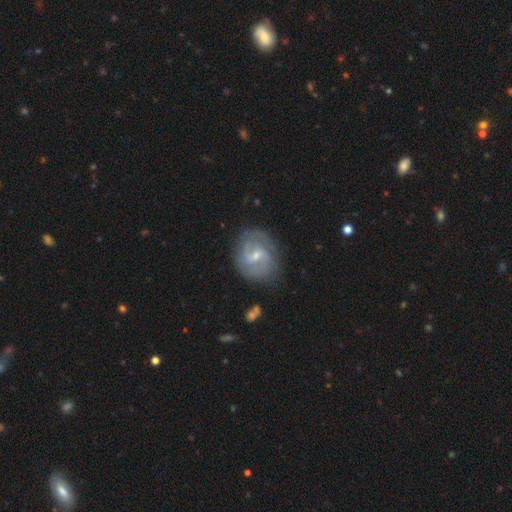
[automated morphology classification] This appears to be a featured or disk galaxy (79%) with a weak bar (61%), 2 (72%) medium (45%) spiral arms (92%) and a small central bulge (56%). Merging: none (77%).